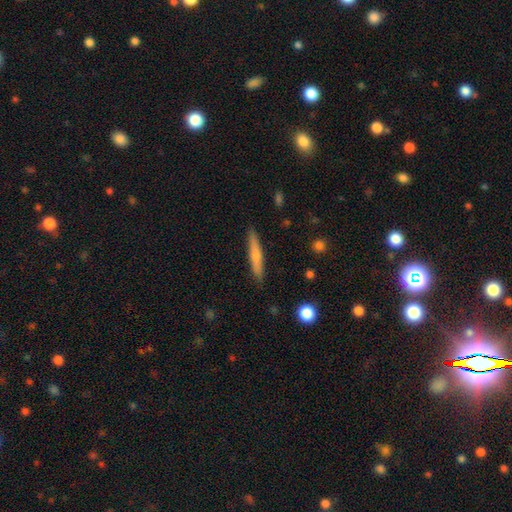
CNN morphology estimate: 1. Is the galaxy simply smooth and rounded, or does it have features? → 59% smooth, 35% featured or disk, 6% star or artifact.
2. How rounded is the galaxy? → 92% cigar-shaped, 7% in between, 2% round.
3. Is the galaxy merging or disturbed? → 89% none, 8% minor disturbance, 2% major disturbance, 1% merger.